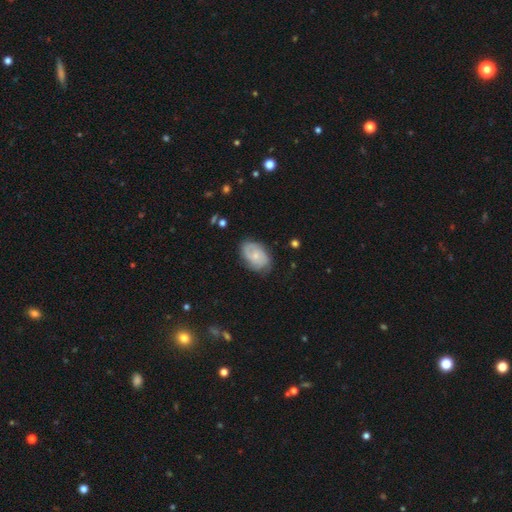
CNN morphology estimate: featured or disk 57%, smooth 37%, star or artifact 7%. Down the decision tree: edge-on disk — no (96%); bar — no (76%); spiral arms — yes (84%); bulge size — small (67%); merging — none (69%).